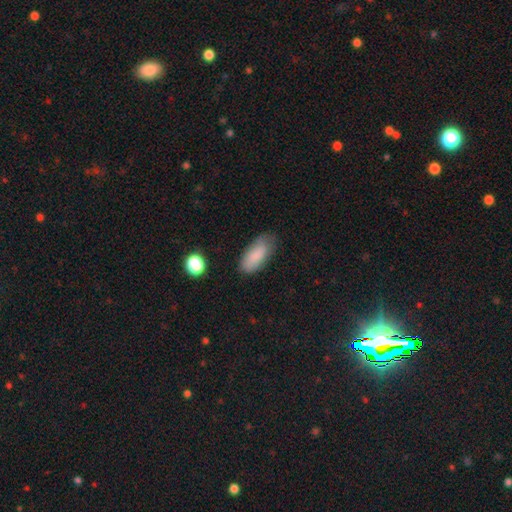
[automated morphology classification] Smooth or featured? smooth (84%)
How rounded? in between (87%)
Merging? none (69%)